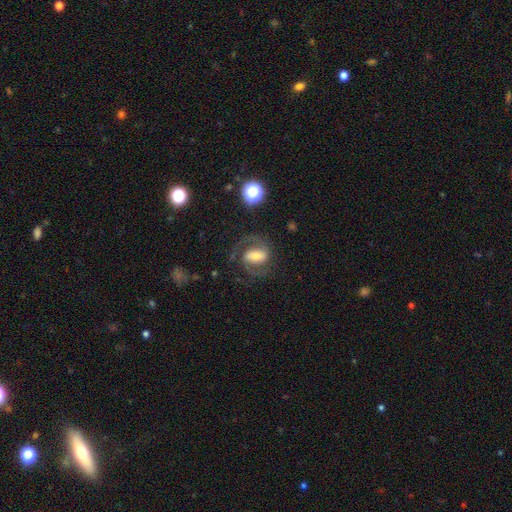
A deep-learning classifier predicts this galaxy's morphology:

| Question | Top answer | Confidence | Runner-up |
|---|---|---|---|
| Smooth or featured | featured or disk | 76% | smooth (16%) |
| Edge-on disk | no | 97% | yes (3%) |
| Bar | strong | 43% | weak (37%) |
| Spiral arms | yes | 93% | no (7%) |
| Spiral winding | medium | 57% | tight (24%) |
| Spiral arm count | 2 | 89% | can't tell (4%) |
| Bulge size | moderate | 44% | small (32%) |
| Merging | none | 69% | major disturbance (15%) |